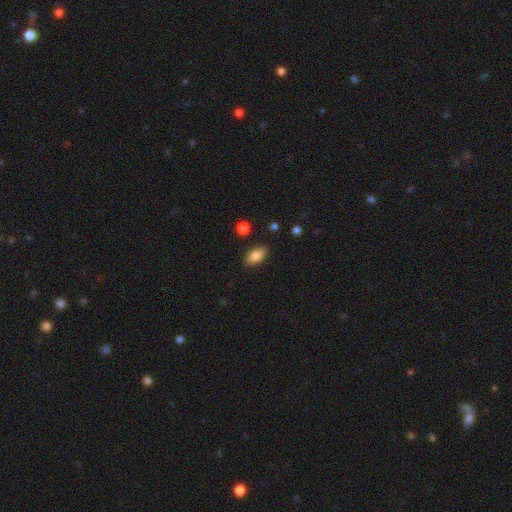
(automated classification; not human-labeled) Smooth or featured: smooth — 81% (featured or disk — 11%)
How rounded: in between — 87% (cigar-shaped — 7%)
Merging: none — 84% (minor disturbance — 12%)